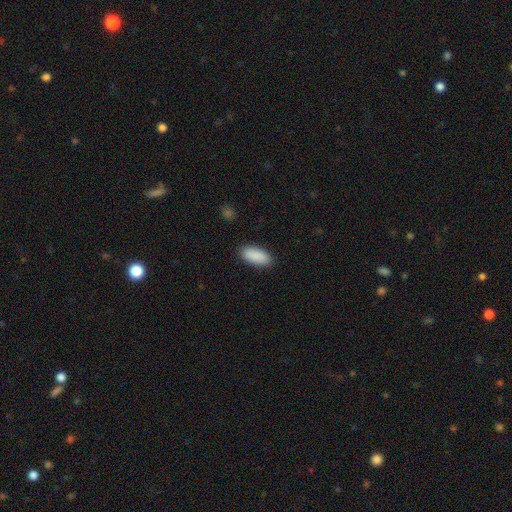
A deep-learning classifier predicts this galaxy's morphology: The model was most divided on "merging": none: 88%, minor disturbance: 9%, major disturbance: 2%, merger: 1%. More confident: smooth or featured — smooth (90%); how rounded — in between (90%).